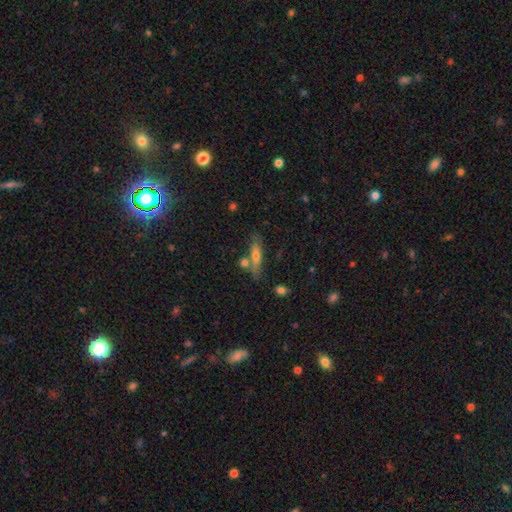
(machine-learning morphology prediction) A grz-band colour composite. It shows a smooth galaxy with no disk features (56%) that is cigar-shaped (74%). Merging: none (67%).